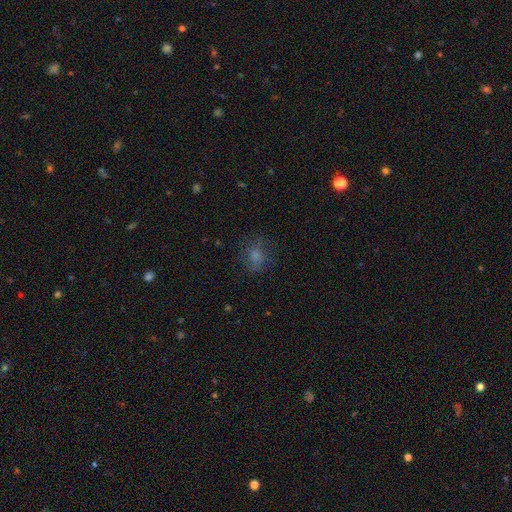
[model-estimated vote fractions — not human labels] The model was most divided on "how rounded": round: 59%, in between: 39%, cigar-shaped: 1%. More confident: smooth or featured — smooth (68%); merging — none (65%).